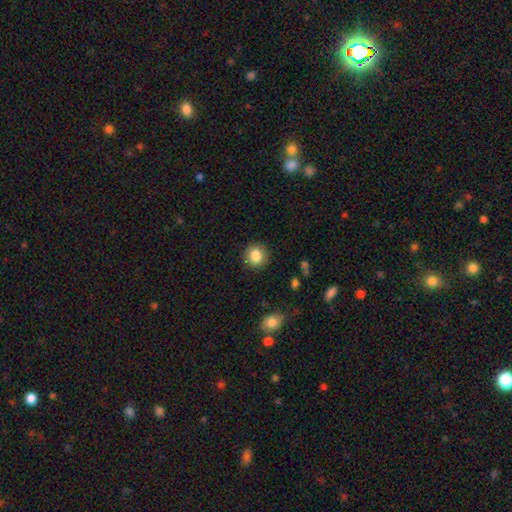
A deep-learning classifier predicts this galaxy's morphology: A smooth galaxy with no disk features (85%) that is round (86%).

Vote fractions:
- Smooth or featured? smooth: 85% / star or artifact: 9% / featured or disk: 6%
- How rounded? round: 86% / in between: 13% / cigar-shaped: 1%
- Merging? none: 90% / minor disturbance: 7% / major disturbance: 2% / merger: 1%